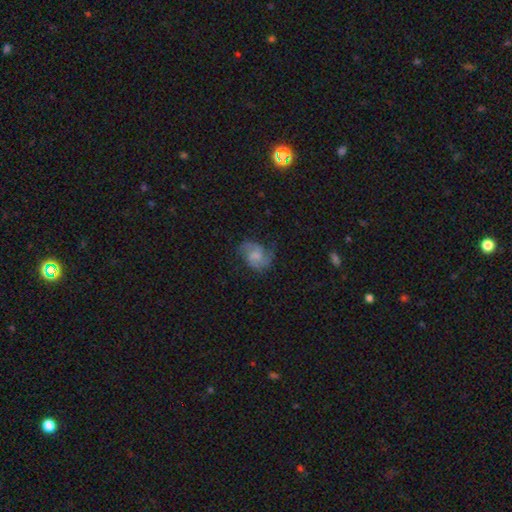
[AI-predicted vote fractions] Smooth or featured?
  - featured or disk: 57% *
  - smooth: 35%
  - star or artifact: 8%
Edge-on disk?
  - no: 98% *
  - yes: 2%
Bar?
  - no: 59% *
  - weak: 36%
  - strong: 6%
Spiral arms?
  - yes: 89% *
  - no: 11%
Bulge size?
  - small: 33% *
  - moderate: 30%
  - none: 27%
  - large: 8%
  - dominant: 2%
Merging?
  - none: 57% *
  - minor disturbance: 25%
  - major disturbance: 16%
  - merger: 2%